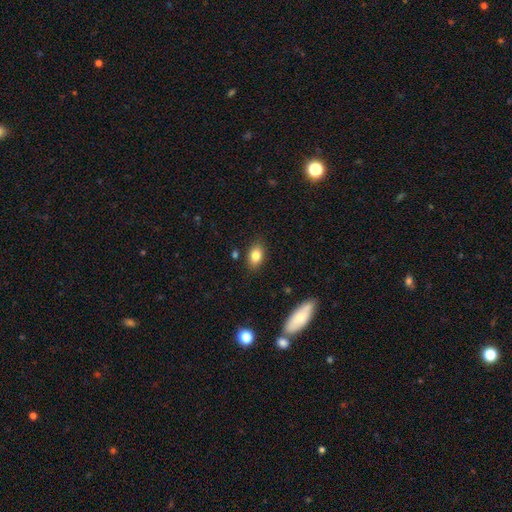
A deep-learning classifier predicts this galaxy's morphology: smooth-or-featured: smooth: 81% | featured or disk: 10% | star or artifact: 9%
  how-rounded: in between: 80% | round: 18% | cigar-shaped: 2%
  merging: none: 84% | minor disturbance: 11% | major disturbance: 2% | merger: 2%